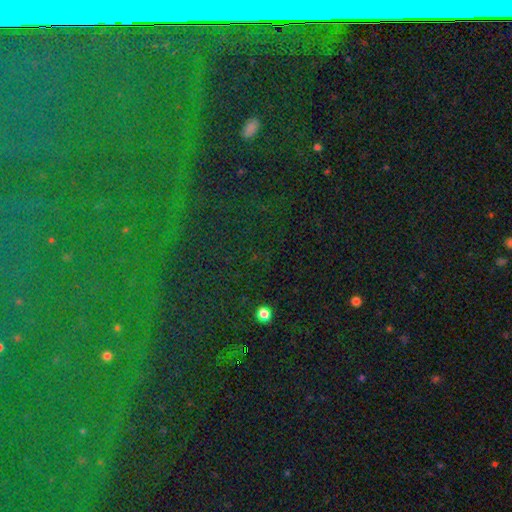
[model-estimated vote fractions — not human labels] Overall: star or artifact (80%).